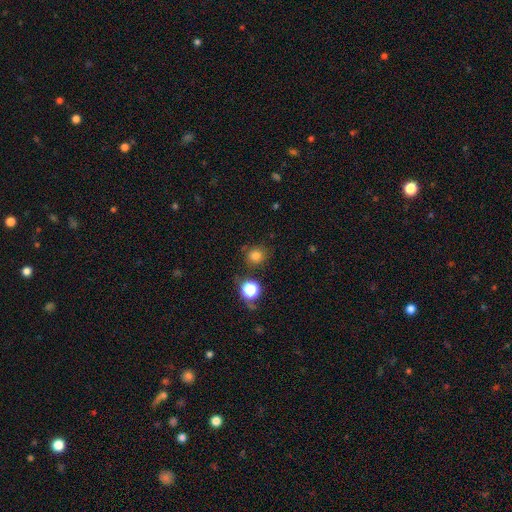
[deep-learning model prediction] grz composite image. It shows a smooth galaxy with no disk features (77%) that is round (86%). Merging: none (79%).